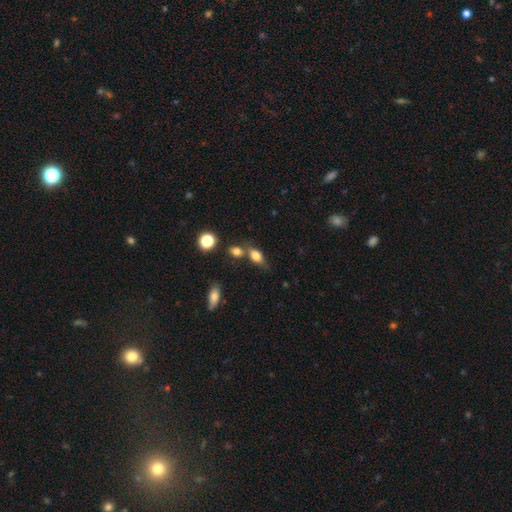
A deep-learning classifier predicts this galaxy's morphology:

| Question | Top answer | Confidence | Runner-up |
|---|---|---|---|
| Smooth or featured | smooth | 76% | featured or disk (14%) |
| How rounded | in between | 75% | round (17%) |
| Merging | none | 49% | merger (29%) |